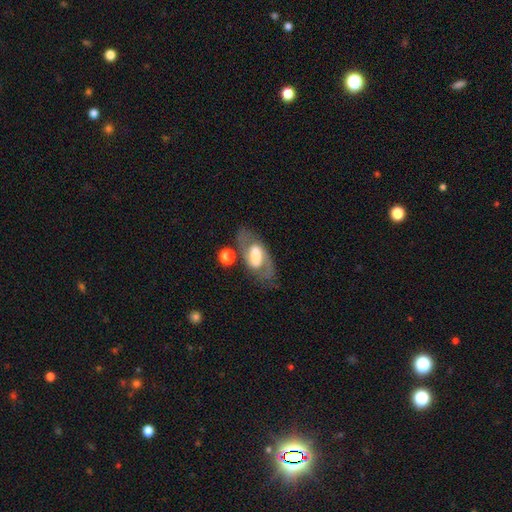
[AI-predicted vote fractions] Q: Smooth or featured?
A: featured or disk (70%); runner-up: smooth (23%)
Q: Edge-on disk?
A: no (92%); runner-up: yes (8%)
Q: Bar?
A: strong (42%); runner-up: weak (39%)
Q: Spiral arms?
A: yes (83%); runner-up: no (17%)
Q: Spiral winding?
A: medium (53%); runner-up: loose (25%)
Q: Spiral arm count?
A: 2 (85%); runner-up: can't tell (8%)
Q: Bulge size?
A: large (38%); runner-up: moderate (32%)
Q: Merging?
A: none (66%); runner-up: minor disturbance (17%)